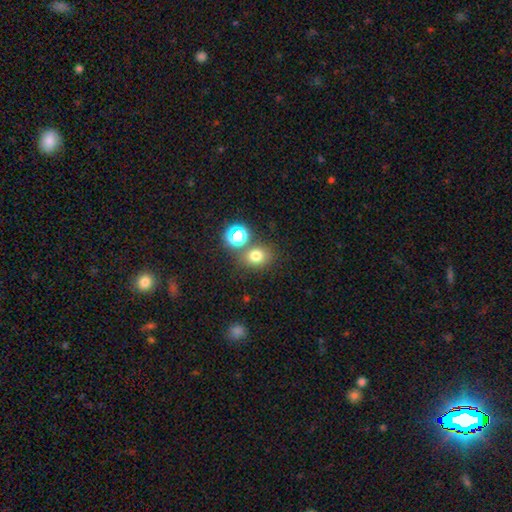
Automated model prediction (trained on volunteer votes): Overall: smooth (73%). How rounded: round (68%; in between 31%). Merging: none (69%).